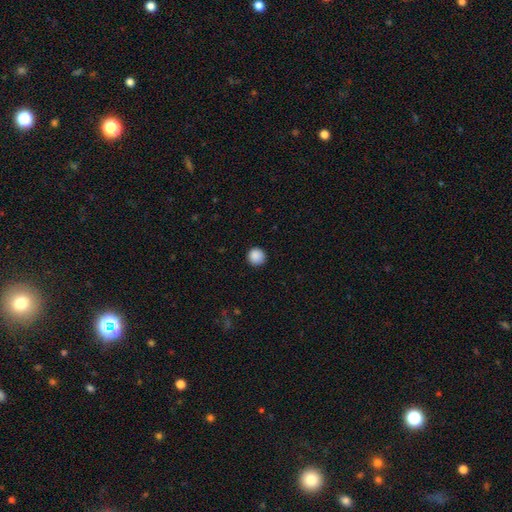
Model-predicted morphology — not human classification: Smooth or featured? Predicted: smooth (p=0.89). How rounded? Predicted: round (p=0.95). Merging? Predicted: none (p=0.91).